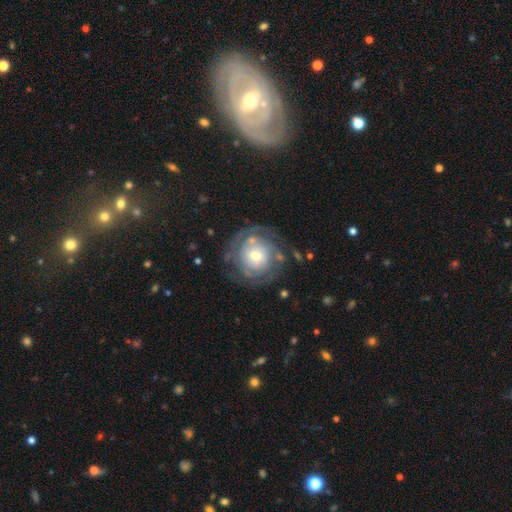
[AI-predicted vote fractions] The model was most divided on "bulge size": moderate: 48%, small: 42%, large: 7%, dominant: 1%, none: 1%. Remaining: edge-on disk — no (97%); spiral arms — yes (81%); merging — none (72%); smooth or featured — featured or disk (72%); spiral winding — tight (72%); bar — no (70%); spiral arm count — can't tell (49%).